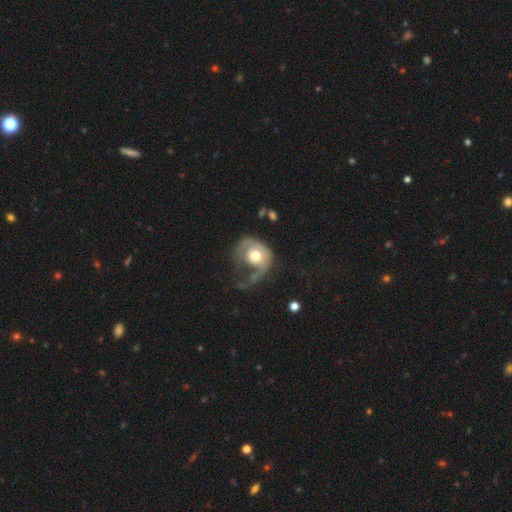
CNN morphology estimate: Q: Smooth or featured?
A: featured or disk (51%); runner-up: smooth (43%)
Q: Edge-on disk?
A: no (97%); runner-up: yes (3%)
Q: Merging?
A: major disturbance (57%); runner-up: none (19%)